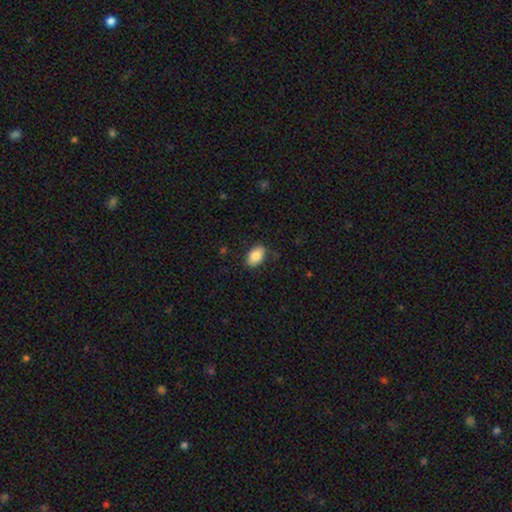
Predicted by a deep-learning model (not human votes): This appears to be a smooth galaxy with no disk features (82%) that is in between round and cigar-shaped (88%). Merging: none (80%).